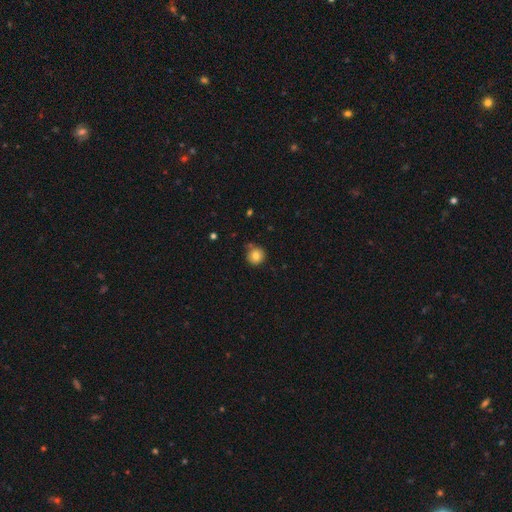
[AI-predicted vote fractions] A smooth galaxy with no disk features (81%) that is round (94%). Merging: none (82%).